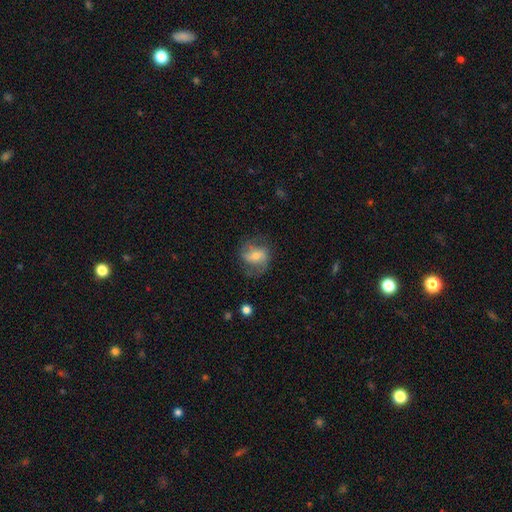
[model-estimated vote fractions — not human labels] Smooth or featured: featured or disk — 59% (smooth — 33%)
Edge-on disk: no — 96% (yes — 4%)
Bar: weak — 40% (no — 37%)
Spiral arms: yes — 84% (no — 16%)
Bulge size: moderate — 53% (small — 39%)
Merging: none — 64% (minor disturbance — 21%)